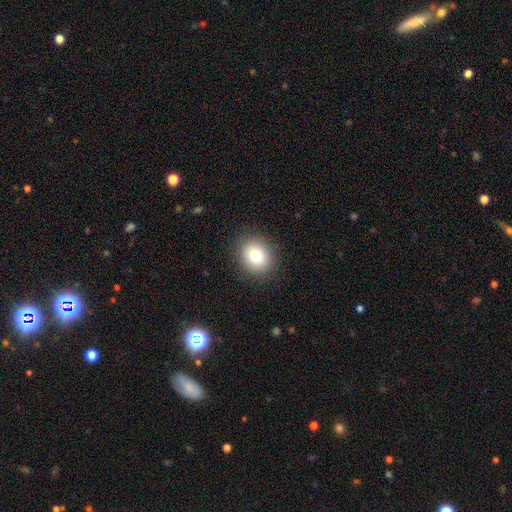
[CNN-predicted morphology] Smooth or featured: smooth — 80% (star or artifact — 10%)
How rounded: round — 71% (in between — 28%)
Merging: none — 89% (minor disturbance — 7%)